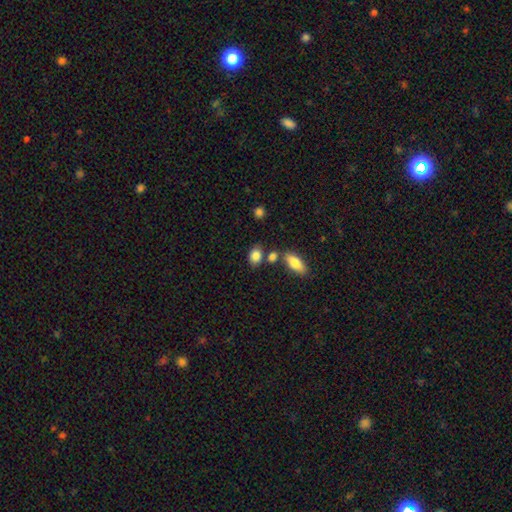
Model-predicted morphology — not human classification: Smooth or featured? smooth (85%)
How rounded? in between (73%)
Merging? none (66%)